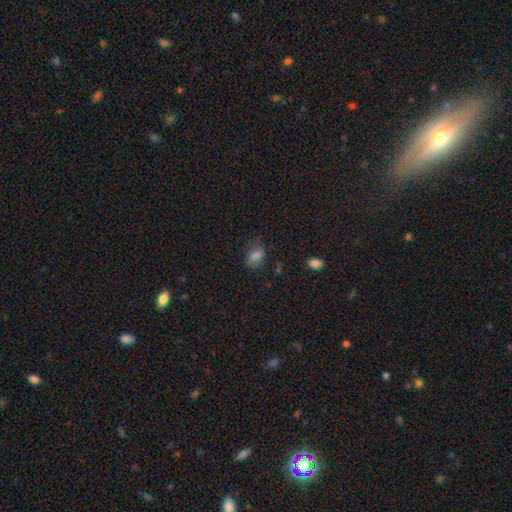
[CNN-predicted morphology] Q: Smooth or featured?
A: smooth (75%); runner-up: star or artifact (14%)
Q: How rounded?
A: in between (80%); runner-up: round (18%)
Q: Merging?
A: none (63%); runner-up: minor disturbance (25%)